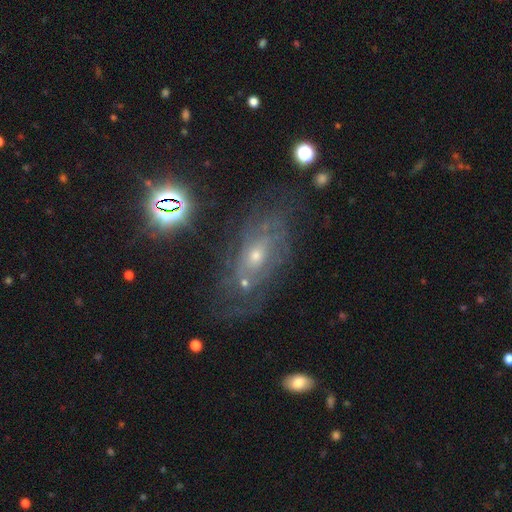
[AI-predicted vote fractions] featured or disk 72%, smooth 16%, star or artifact 13%. Down the decision tree: edge-on disk — no (91%); bar — no (75%); spiral arms — yes (76%); bulge size — small (55%); merging — none (60%).